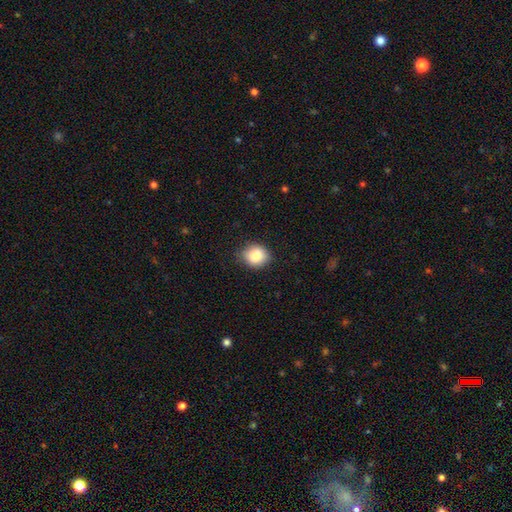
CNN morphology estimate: Q: Smooth or featured?
A: smooth (84%); runner-up: star or artifact (9%)
Q: How rounded?
A: round (65%); runner-up: in between (34%)
Q: Merging?
A: none (83%); runner-up: minor disturbance (14%)